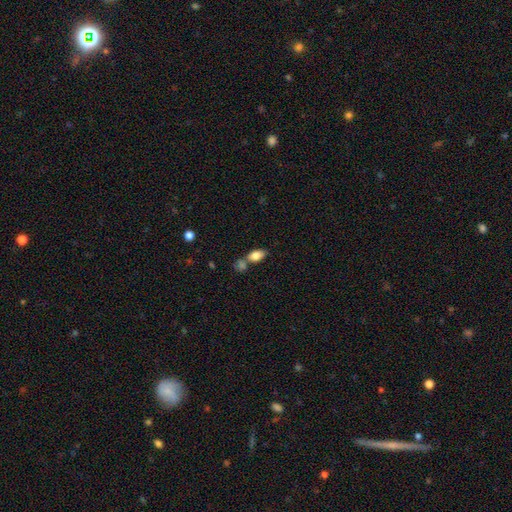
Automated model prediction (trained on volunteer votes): This appears to be a smooth galaxy with no disk features (80%) that is in between round and cigar-shaped (88%). Merging: none (53%).